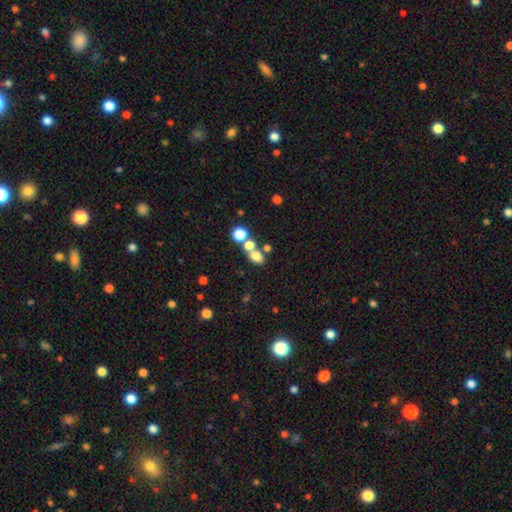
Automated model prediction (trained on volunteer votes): Smooth or featured: smooth — 72% (star or artifact — 16%)
How rounded: in between — 65% (round — 33%)
Merging: none — 46% (merger — 38%)